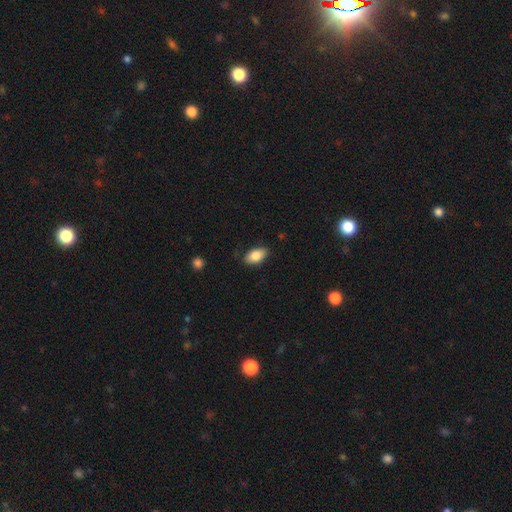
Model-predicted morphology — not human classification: smooth_or_featured: smooth (p=0.83) [alt: featured or disk p=0.10]
how_rounded: in between (p=0.92) [alt: round p=0.06]
merging: none (p=0.83) [alt: minor disturbance p=0.13]